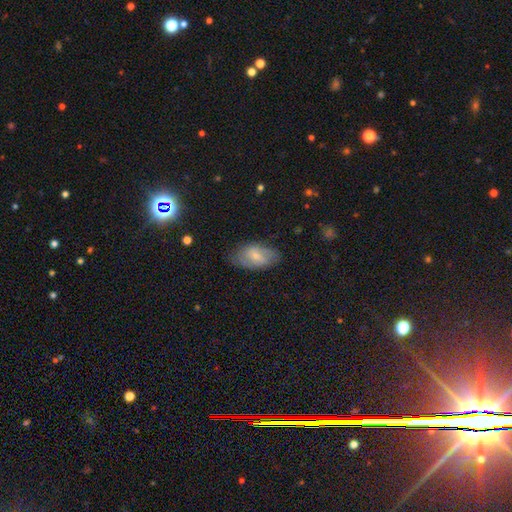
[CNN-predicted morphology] Smooth or featured: smooth — 58% (featured or disk — 35%)
How rounded: in between — 92% (round — 5%)
Merging: none — 72% (minor disturbance — 21%)